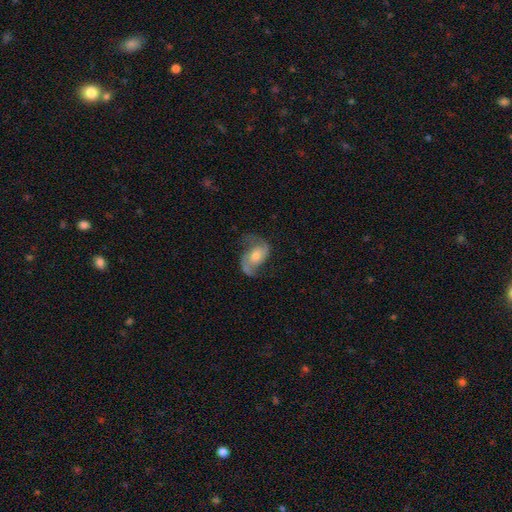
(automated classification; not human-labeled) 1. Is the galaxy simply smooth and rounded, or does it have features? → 79% featured or disk, 14% smooth, 7% star or artifact.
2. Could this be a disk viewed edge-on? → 97% no, 3% yes.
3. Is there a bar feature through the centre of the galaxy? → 60% no, 31% weak, 9% strong.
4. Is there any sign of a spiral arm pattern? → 94% yes, 6% no.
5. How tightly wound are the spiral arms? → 44% medium, 42% loose, 13% tight.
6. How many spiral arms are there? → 87% 2, 5% 1, 4% can't tell, 2% 3, 1% 4, 1% more than 4.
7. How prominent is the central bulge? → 55% moderate, 26% small, 13% large, 5% none, 2% dominant.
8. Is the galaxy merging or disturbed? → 61% none, 20% minor disturbance, 17% major disturbance, 2% merger.